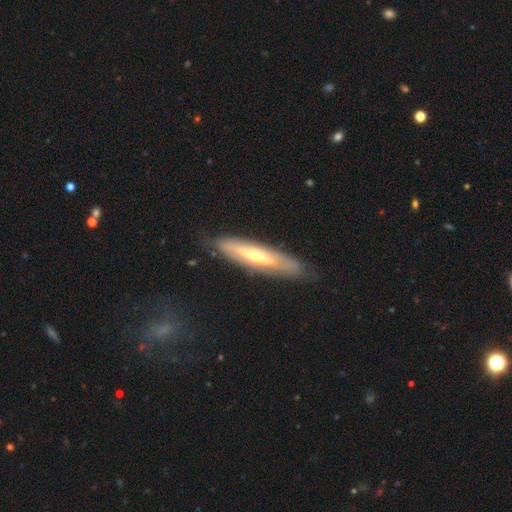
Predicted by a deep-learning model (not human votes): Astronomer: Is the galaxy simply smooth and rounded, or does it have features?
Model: featured or disk — 58% (runner-up: smooth, 35%).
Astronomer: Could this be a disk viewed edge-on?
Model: yes — 63%.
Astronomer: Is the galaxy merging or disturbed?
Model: none — 78%.